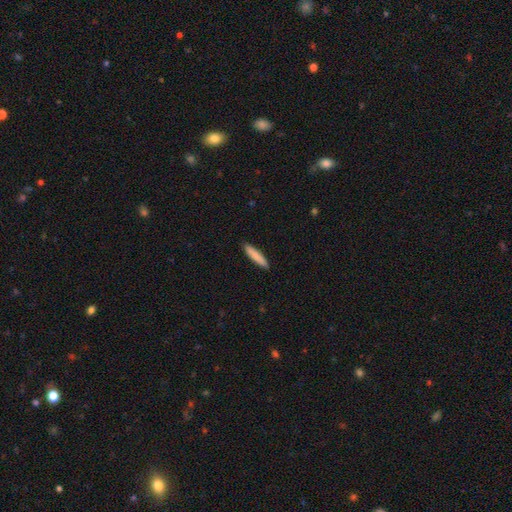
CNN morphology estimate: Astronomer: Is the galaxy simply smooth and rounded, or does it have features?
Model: smooth — 84%.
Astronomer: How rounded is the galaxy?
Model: cigar-shaped — 86%.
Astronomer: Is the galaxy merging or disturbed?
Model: none — 91%.